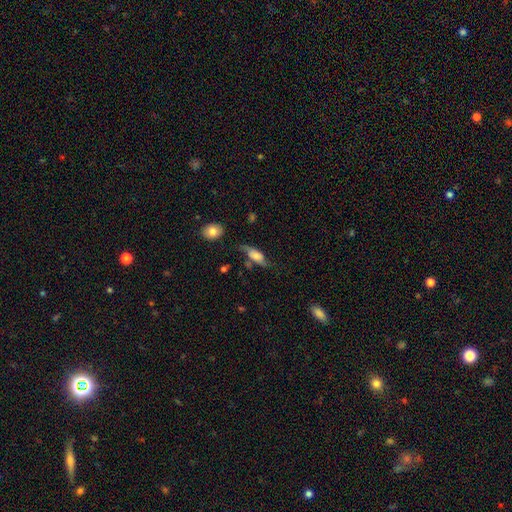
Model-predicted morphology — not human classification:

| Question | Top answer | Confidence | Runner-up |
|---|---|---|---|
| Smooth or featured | smooth | 49% | featured or disk (42%) |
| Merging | none | 51% | minor disturbance (27%) |